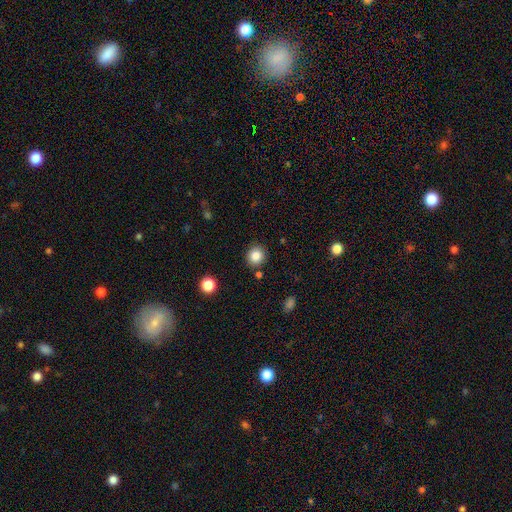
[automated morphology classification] Smooth or featured?
  - smooth: 83% *
  - star or artifact: 11%
  - featured or disk: 6%
How rounded?
  - round: 89% *
  - in between: 10%
  - cigar-shaped: 1%
Merging?
  - none: 86% *
  - minor disturbance: 8%
  - merger: 4%
  - major disturbance: 2%